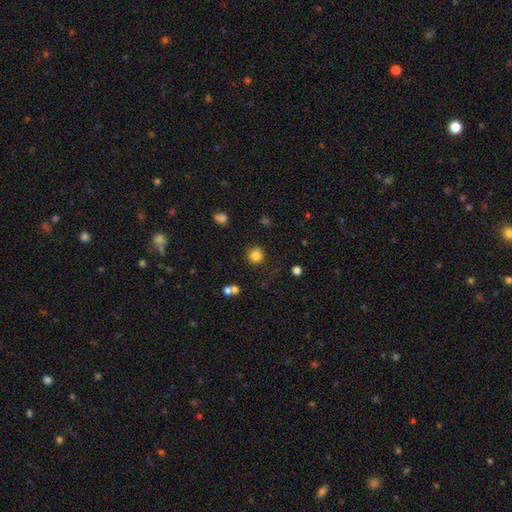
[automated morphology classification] This is clearly a smooth galaxy (83%). How rounded: clearly round (94%). Merging: clearly none (86%).